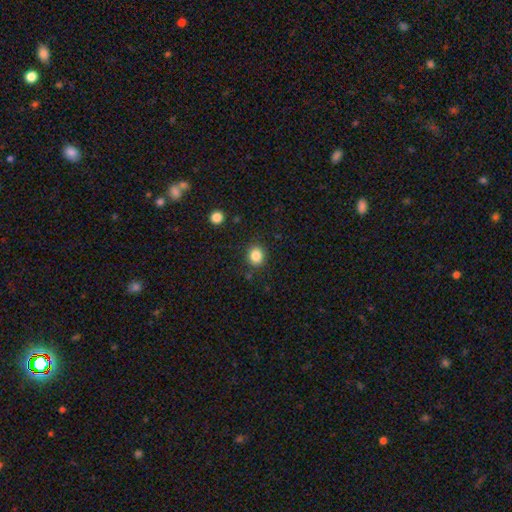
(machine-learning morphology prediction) Smooth or featured? smooth (84%)
How rounded? round (76%)
Merging? none (87%)